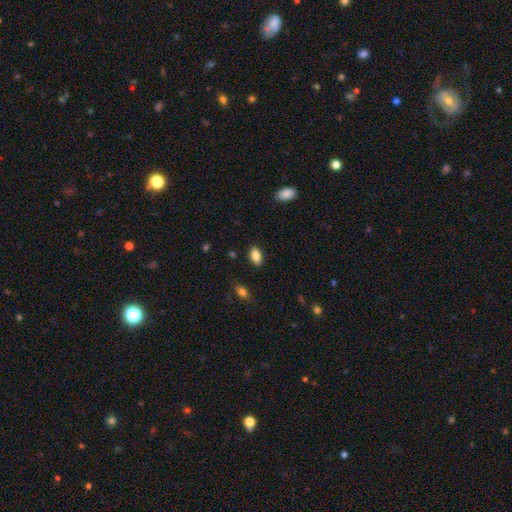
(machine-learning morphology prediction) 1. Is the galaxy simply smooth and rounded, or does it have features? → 83% smooth, 9% featured or disk, 8% star or artifact.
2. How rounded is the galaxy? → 90% in between, 7% round, 3% cigar-shaped.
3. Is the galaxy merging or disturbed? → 86% none, 10% minor disturbance, 2% major disturbance, 1% merger.